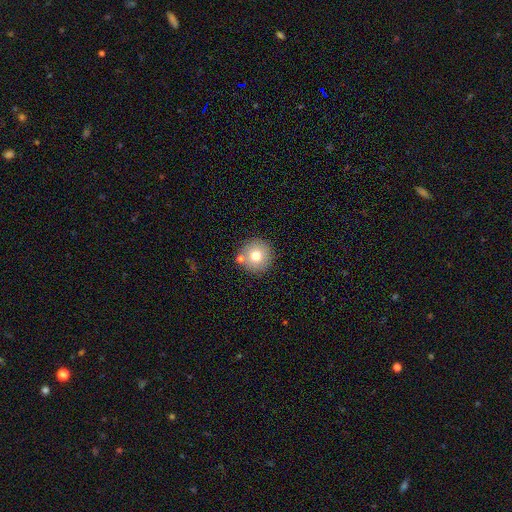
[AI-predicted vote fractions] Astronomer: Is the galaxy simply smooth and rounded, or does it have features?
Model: smooth — 75%.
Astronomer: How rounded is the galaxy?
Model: round — 95%.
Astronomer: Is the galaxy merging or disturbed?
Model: none — 79%.